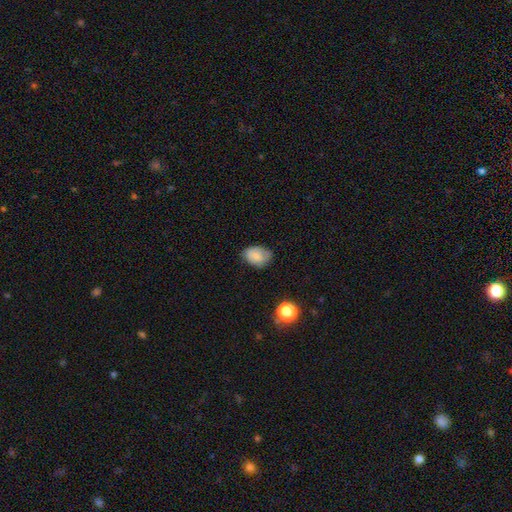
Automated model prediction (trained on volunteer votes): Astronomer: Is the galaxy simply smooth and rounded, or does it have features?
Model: smooth — 77%.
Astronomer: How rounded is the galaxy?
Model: in between — 76%.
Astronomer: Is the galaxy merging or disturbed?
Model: none — 66%.